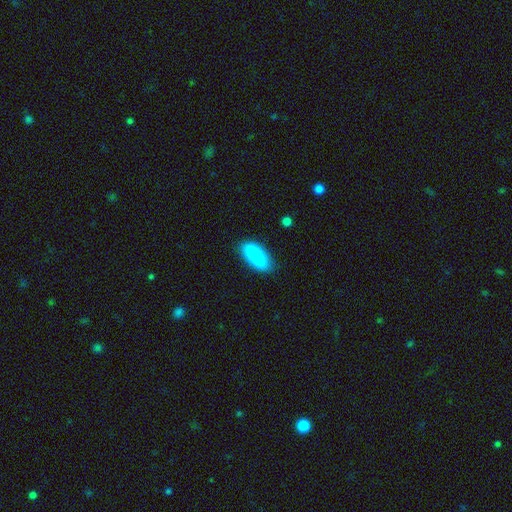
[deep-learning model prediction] Q: Smooth or featured?
A: smooth (88%); runner-up: star or artifact (6%)
Q: How rounded?
A: in between (76%); runner-up: cigar-shaped (23%)
Q: Merging?
A: none (83%); runner-up: minor disturbance (13%)